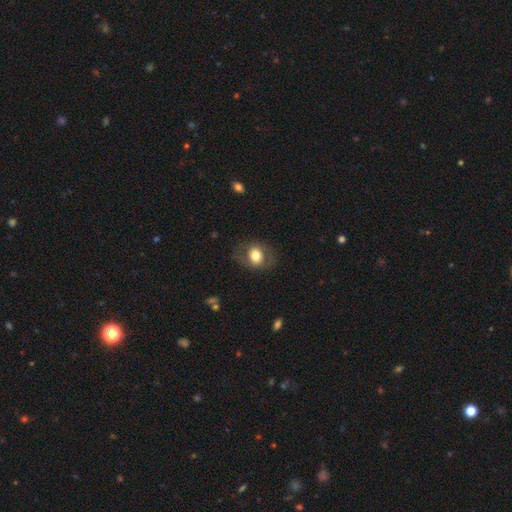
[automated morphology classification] A smooth galaxy with no disk features (71%) that is in between round and cigar-shaped (50%).

Vote fractions:
- Smooth or featured? smooth: 71% / featured or disk: 21% / star or artifact: 8%
- How rounded? in between: 50% / round: 49% / cigar-shaped: 1%
- Merging? none: 76% / minor disturbance: 14% / major disturbance: 8% / merger: 1%